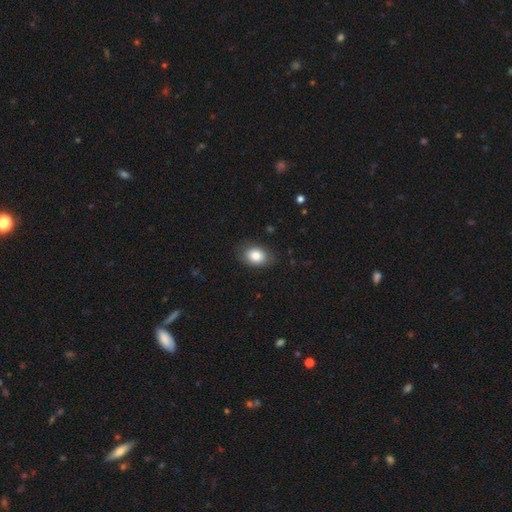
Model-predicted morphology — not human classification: smooth-or-featured: smooth: 84% | star or artifact: 8% | featured or disk: 8%
  how-rounded: in between: 75% | round: 24% | cigar-shaped: 1%
  merging: none: 82% | minor disturbance: 14% | major disturbance: 3% | merger: 1%